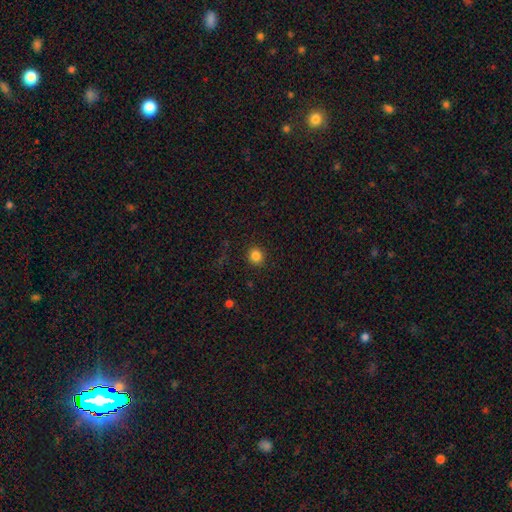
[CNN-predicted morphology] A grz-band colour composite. It shows a smooth galaxy with no disk features (84%) that is round (86%). Merging: none (90%).